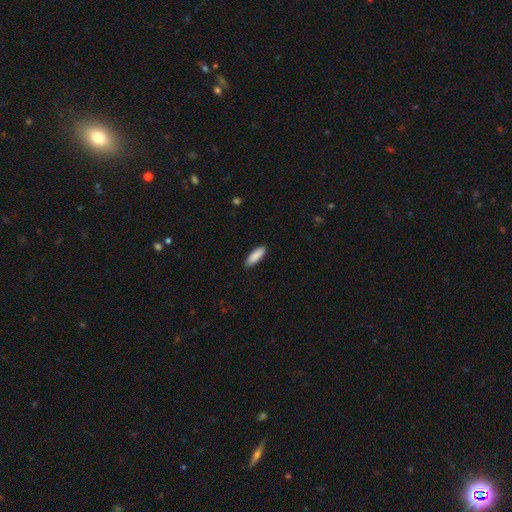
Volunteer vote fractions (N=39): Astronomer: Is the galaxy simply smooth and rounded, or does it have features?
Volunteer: smooth — 90%.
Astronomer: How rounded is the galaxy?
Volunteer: cigar-shaped — 63%.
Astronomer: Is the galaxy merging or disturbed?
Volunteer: none — 86%.